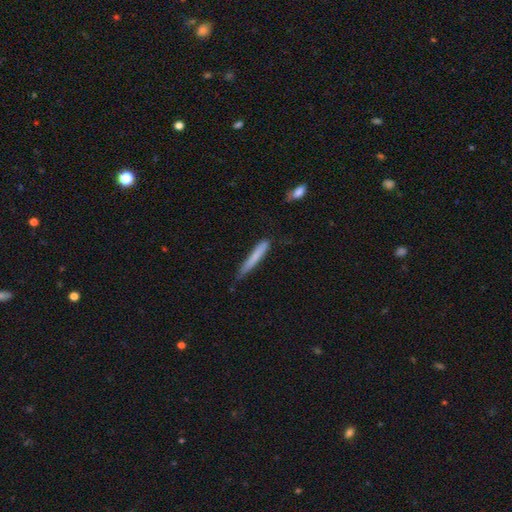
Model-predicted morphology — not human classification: The model was most divided on "merging": none: 69%, minor disturbance: 24%, major disturbance: 4%, merger: 2%. More confident: how rounded — cigar-shaped (96%); smooth or featured — smooth (73%).